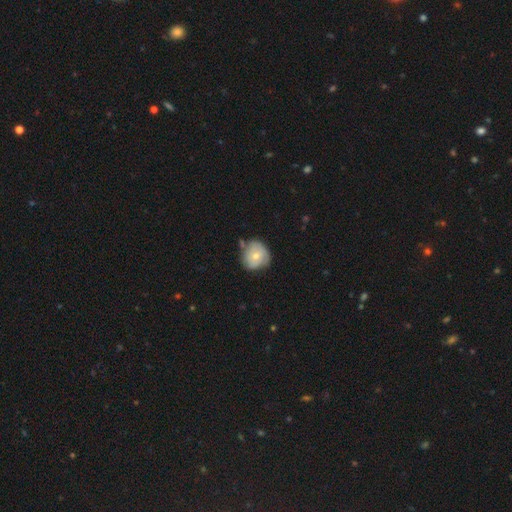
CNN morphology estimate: smooth 59%, featured or disk 34%, star or artifact 7%. Down the decision tree: how rounded — round (84%); merging — none (55%).